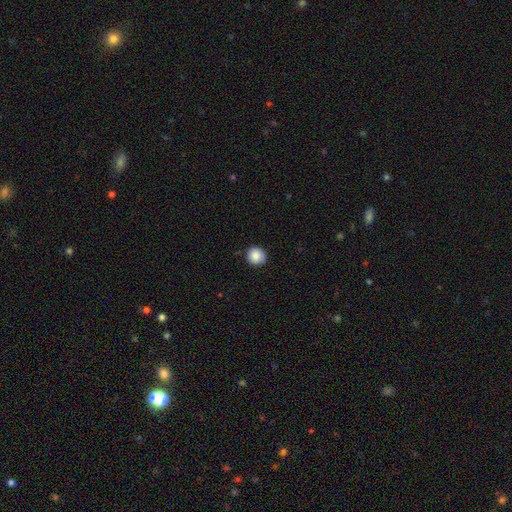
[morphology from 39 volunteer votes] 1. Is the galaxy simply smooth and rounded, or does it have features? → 90% smooth, 10% star or artifact, 0% featured or disk.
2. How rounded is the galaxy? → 100% round, 0% in between, 0% cigar-shaped.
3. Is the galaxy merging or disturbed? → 83% none, 17% minor disturbance, 0% major disturbance, 0% merger.